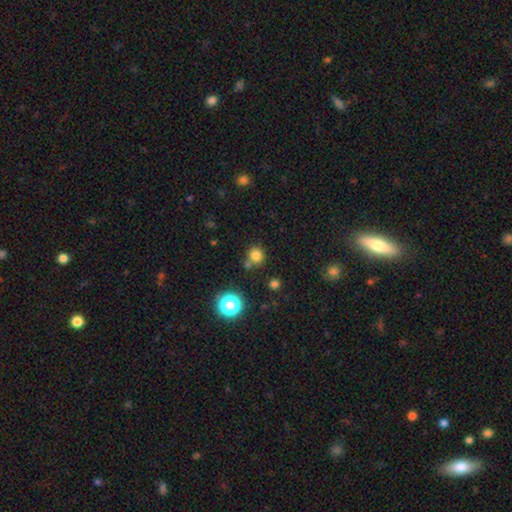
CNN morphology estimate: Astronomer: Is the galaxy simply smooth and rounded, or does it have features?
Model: smooth — 78%.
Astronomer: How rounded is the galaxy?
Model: round — 88%.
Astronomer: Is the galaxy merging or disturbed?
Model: none — 72%.